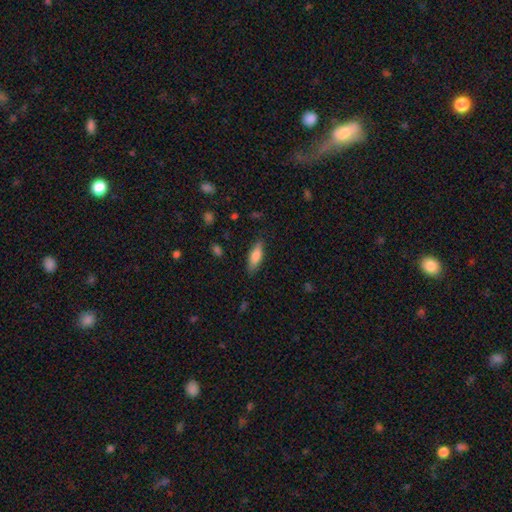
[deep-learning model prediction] Smooth or featured: smooth — 77% (featured or disk — 17%)
How rounded: in between — 58% (cigar-shaped — 40%)
Merging: none — 84% (minor disturbance — 12%)